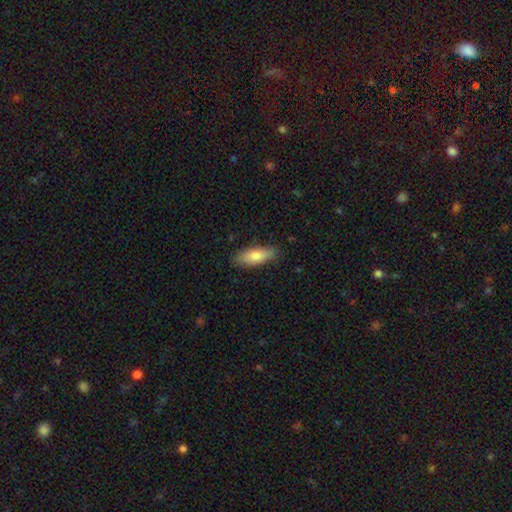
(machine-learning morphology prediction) Smooth or featured: smooth — 79% (featured or disk — 15%)
How rounded: in between — 67% (cigar-shaped — 30%)
Merging: none — 84% (minor disturbance — 13%)